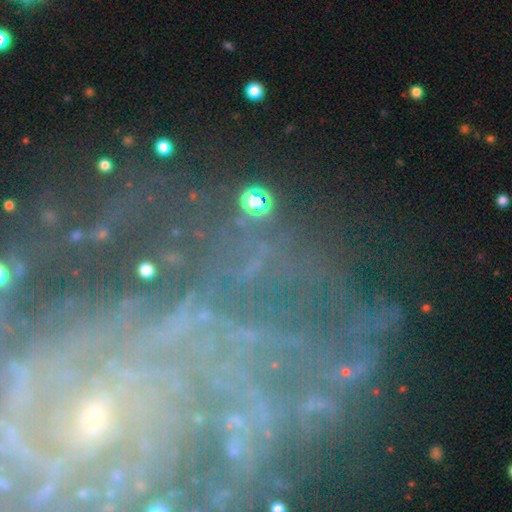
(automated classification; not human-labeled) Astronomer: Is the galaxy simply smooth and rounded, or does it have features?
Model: featured or disk — 73%.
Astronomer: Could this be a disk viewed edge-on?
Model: no — 96%.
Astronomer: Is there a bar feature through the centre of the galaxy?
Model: no — 55%.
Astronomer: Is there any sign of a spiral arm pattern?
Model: yes — 87%.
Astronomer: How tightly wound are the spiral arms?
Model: tight — 65%.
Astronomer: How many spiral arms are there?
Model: can't tell — 30% (runner-up: 3, 16%).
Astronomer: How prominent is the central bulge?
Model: small — 66%.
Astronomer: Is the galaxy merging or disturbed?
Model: none — 63%.